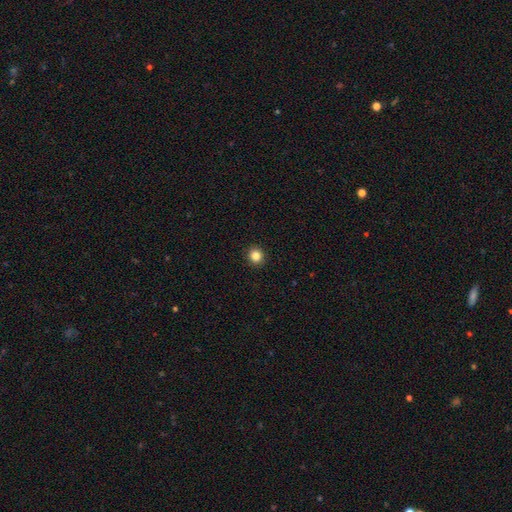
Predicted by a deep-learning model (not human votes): Morphology: type=smooth (84%); roundness=round (90%); merging=none (93%).